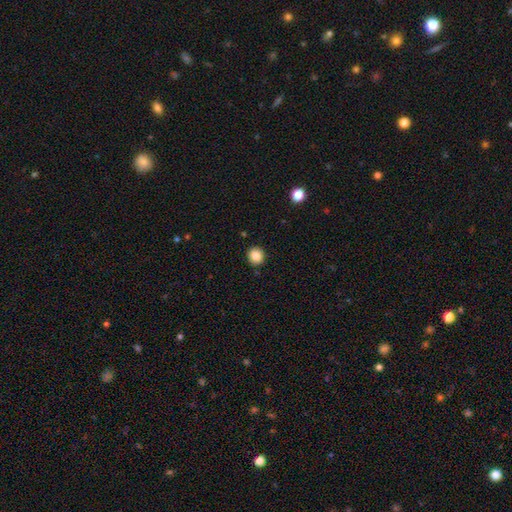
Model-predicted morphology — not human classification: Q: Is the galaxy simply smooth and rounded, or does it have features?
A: smooth — 84%.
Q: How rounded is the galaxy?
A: round — 90%.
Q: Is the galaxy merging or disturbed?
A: none — 91%.